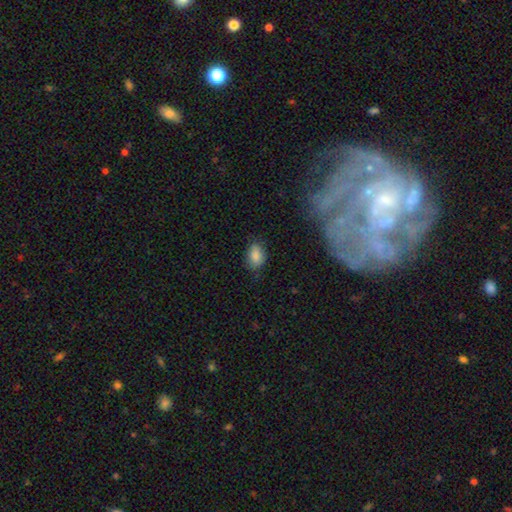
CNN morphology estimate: Q: Smooth or featured?
A: smooth (85%); runner-up: star or artifact (8%)
Q: How rounded?
A: in between (84%); runner-up: round (15%)
Q: Merging?
A: none (72%); runner-up: minor disturbance (22%)